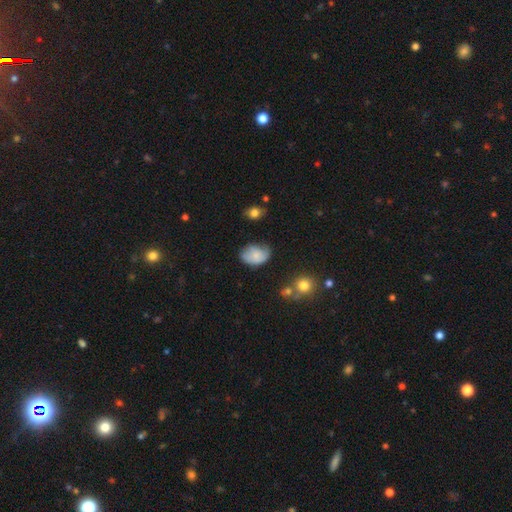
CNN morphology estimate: This appears to be a smooth galaxy with no disk features (71%) that is in between round and cigar-shaped (77%). Merging: none (47%).